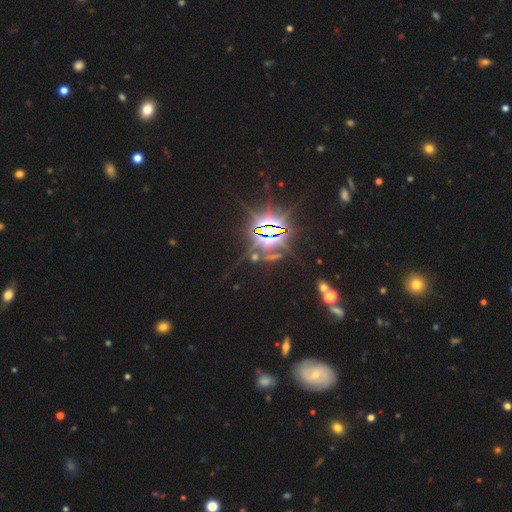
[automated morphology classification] smooth-or-featured: star or artifact: 83% | featured or disk: 9% | smooth: 7%